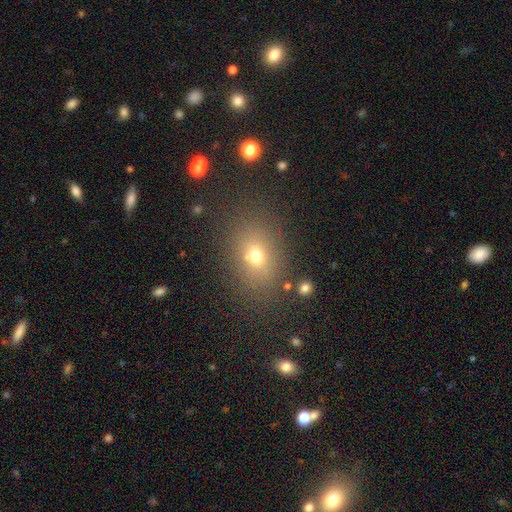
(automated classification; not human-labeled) smooth 67%, star or artifact 19%, featured or disk 14%. Down the decision tree: how rounded — in between (65%); merging — none (79%).